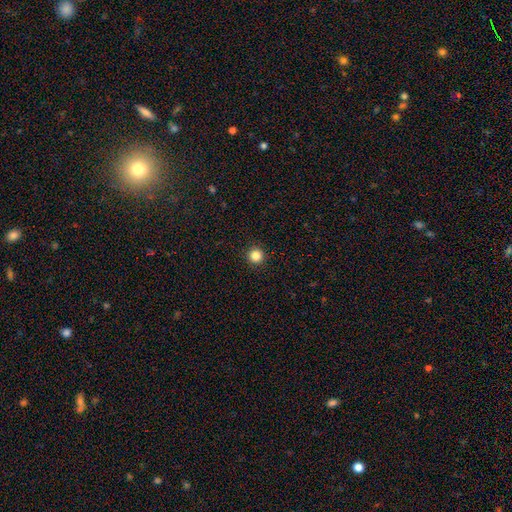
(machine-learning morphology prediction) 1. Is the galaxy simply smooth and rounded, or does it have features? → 85% smooth, 12% star or artifact, 4% featured or disk.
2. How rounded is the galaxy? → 96% round, 3% in between, 1% cigar-shaped.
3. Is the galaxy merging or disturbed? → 94% none, 4% minor disturbance, 1% major disturbance, 1% merger.